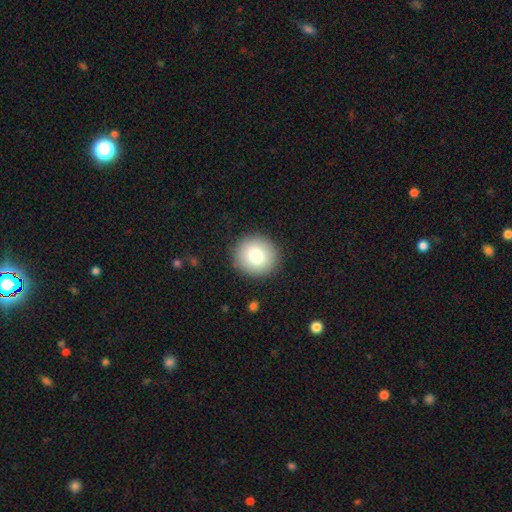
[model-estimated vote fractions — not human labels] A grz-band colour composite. It shows a smooth galaxy with no disk features (78%) that is round (93%). Merging: none (91%).